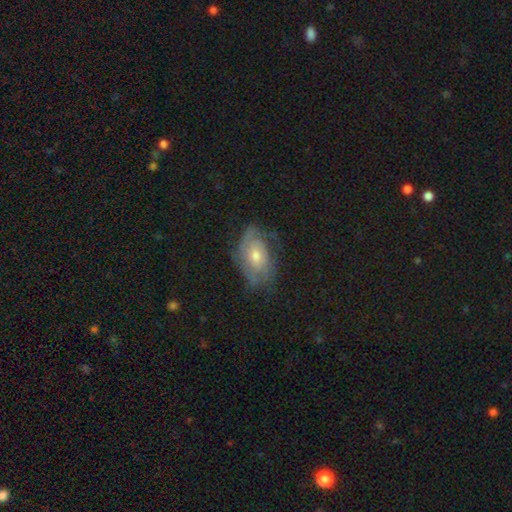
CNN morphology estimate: type=featured or disk (69%); edge-on=no (95%); bar=no (75%); spiral arms=yes (86%); winding=tight (56%); arm count=can't tell (39%); bulge=moderate (59%); merging=none (65%).